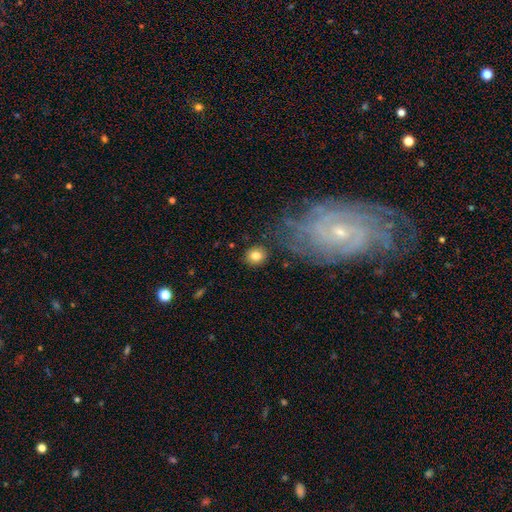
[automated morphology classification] type=smooth (81%); roundness=round (83%); merging=none (87%).